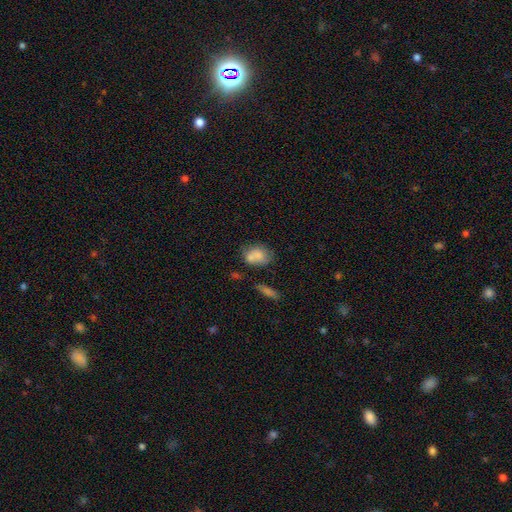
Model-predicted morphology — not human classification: A smooth galaxy with no disk features (75%) that is in between round and cigar-shaped (65%). Merging: none (43%).